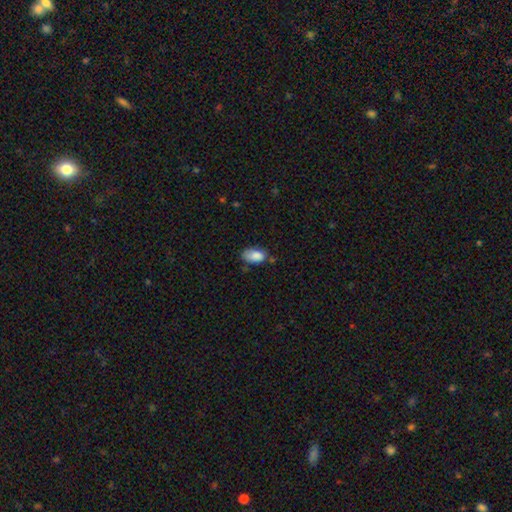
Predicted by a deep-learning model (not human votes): smooth 86%, star or artifact 8%, featured or disk 7%. Down the decision tree: how rounded — in between (92%); merging — none (55%).